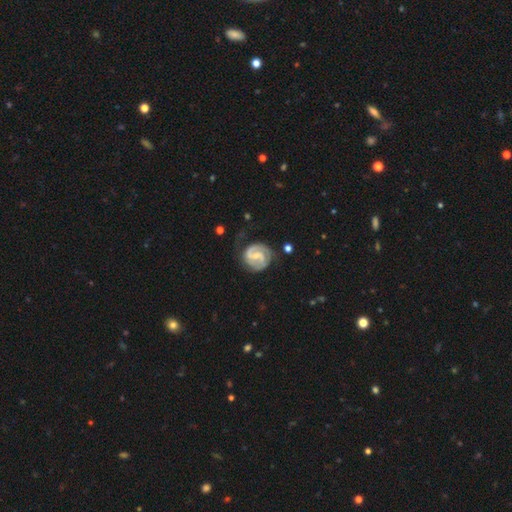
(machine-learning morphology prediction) This appears to be a featured or disk galaxy (86%) with a weak bar (54%), 2 (85%) medium (45%) spiral arms (97%) and a small central bulge (58%). Merging: none (70%).